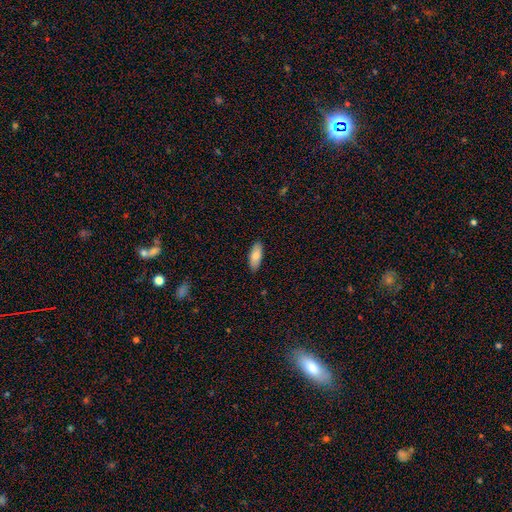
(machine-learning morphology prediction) smooth_or_featured: smooth (p=0.79) [alt: featured or disk p=0.15]
how_rounded: in between (p=0.77) [alt: cigar-shaped p=0.20]
merging: none (p=0.89) [alt: minor disturbance p=0.08]